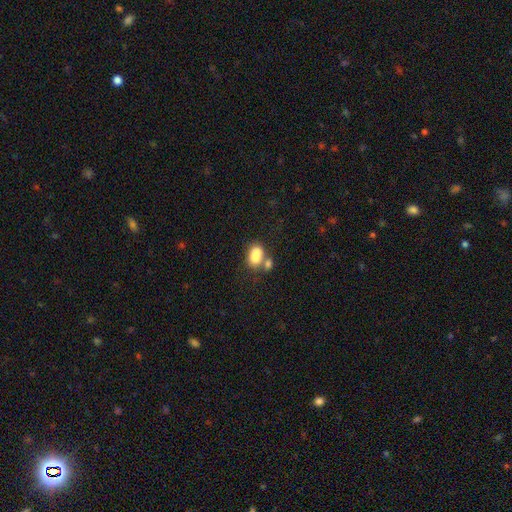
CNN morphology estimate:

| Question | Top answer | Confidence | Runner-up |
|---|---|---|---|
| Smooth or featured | smooth | 81% | featured or disk (11%) |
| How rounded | in between | 81% | round (18%) |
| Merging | merger | 47% | none (35%) |